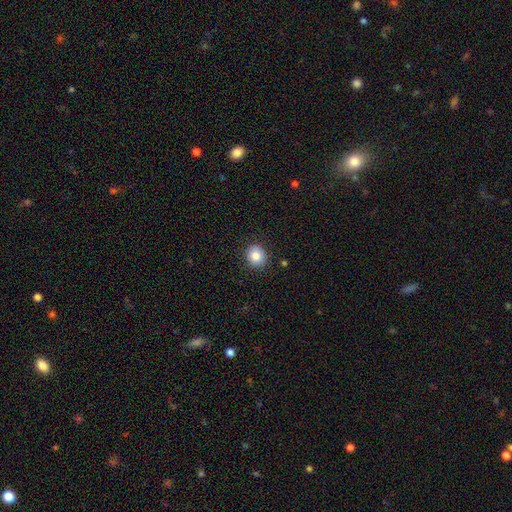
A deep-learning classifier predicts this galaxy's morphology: This appears to be a smooth galaxy with no disk features (85%) that is round (81%). Merging: none (89%).